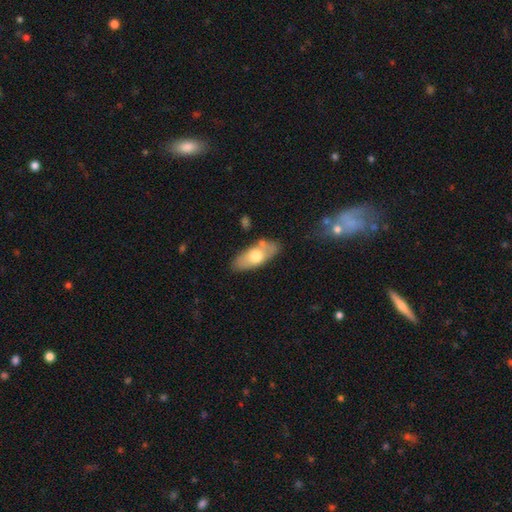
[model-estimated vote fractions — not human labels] The model was most divided on "smooth or featured": smooth: 62%, featured or disk: 33%, star or artifact: 6%. More confident: how rounded — in between (81%); merging — none (74%).